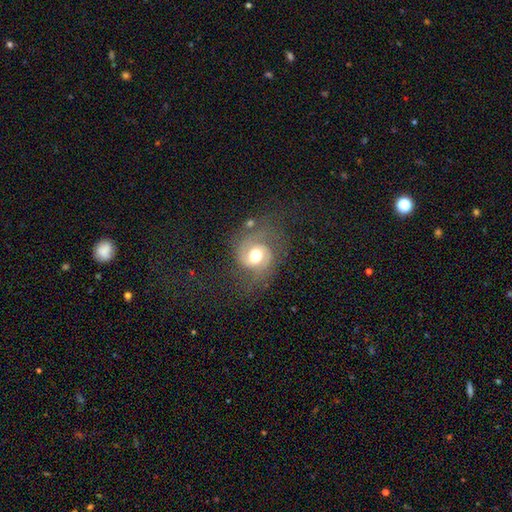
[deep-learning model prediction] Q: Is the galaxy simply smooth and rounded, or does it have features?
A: featured or disk — 75%.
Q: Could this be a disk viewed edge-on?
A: no — 98%.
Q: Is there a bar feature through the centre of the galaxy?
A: no — 56%.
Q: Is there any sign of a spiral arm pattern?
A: yes — 91%.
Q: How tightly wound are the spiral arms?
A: medium — 51%.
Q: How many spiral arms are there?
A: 2 — 85%.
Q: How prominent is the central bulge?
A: moderate — 64%.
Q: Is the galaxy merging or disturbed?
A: none — 62%.